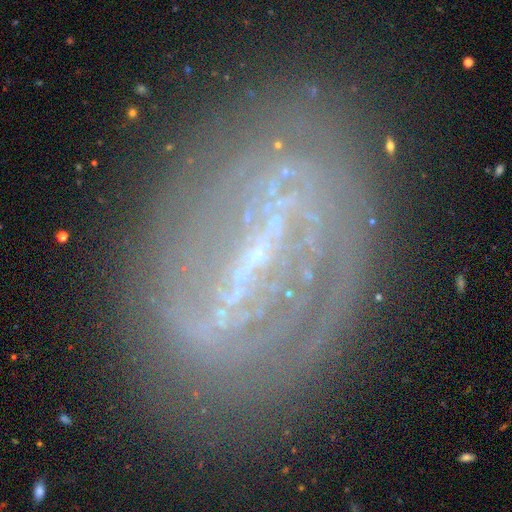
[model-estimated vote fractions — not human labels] Morphology: type=featured or disk (76%); edge-on=no (94%); bar=strong (49%); spiral arms=yes (72%); winding=tight (63%); arm count=can't tell (41%); bulge=small (60%); merging=none (73%).